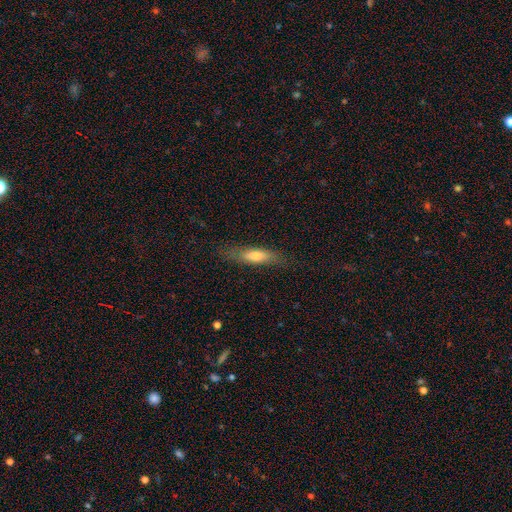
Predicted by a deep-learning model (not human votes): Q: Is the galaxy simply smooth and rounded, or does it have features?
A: smooth — 62%.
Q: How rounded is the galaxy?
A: cigar-shaped — 66%.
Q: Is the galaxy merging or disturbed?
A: none — 80%.